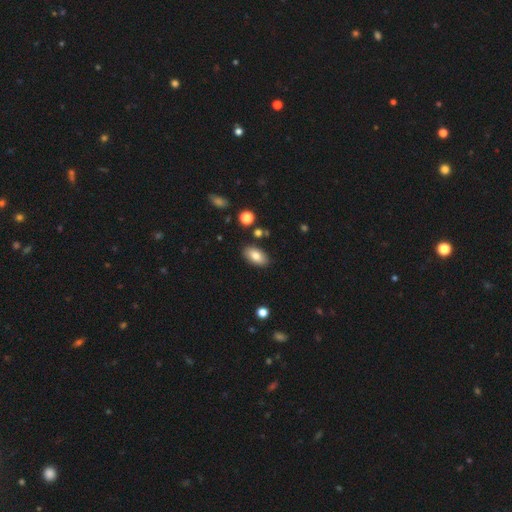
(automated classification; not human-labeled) Smooth or featured: smooth — 80% (featured or disk — 13%)
How rounded: in between — 93% (round — 4%)
Merging: none — 86% (minor disturbance — 10%)